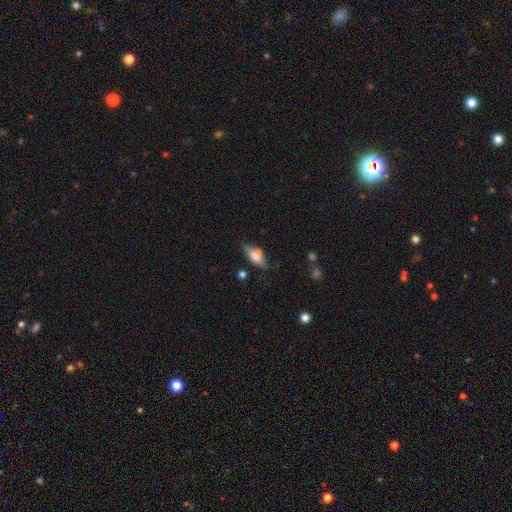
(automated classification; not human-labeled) This is likely a smooth galaxy (63%). How rounded: possibly in between (58%). Merging: likely none (61%).